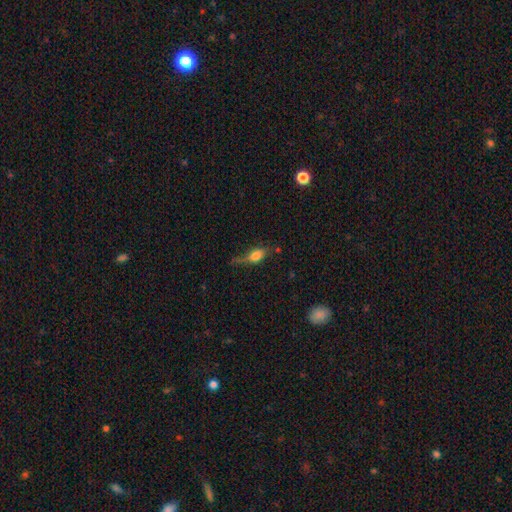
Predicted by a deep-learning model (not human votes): smooth 60%, featured or disk 30%, star or artifact 10%. Down the decision tree: how rounded — in between (68%); merging — none (42%).